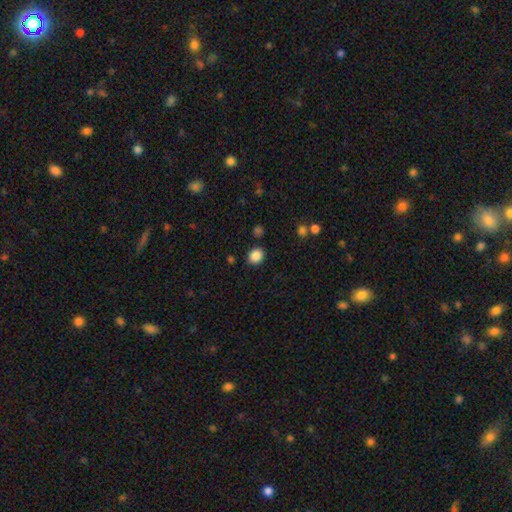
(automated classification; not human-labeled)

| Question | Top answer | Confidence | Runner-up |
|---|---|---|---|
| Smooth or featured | smooth | 87% | star or artifact (10%) |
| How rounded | round | 68% | in between (31%) |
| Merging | none | 87% | minor disturbance (8%) |